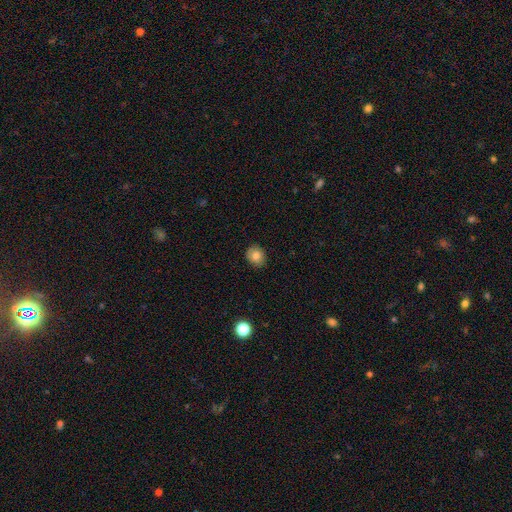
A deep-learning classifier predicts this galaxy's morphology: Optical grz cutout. It shows a smooth galaxy with no disk features (80%) that is round (72%). Merging: none (87%).